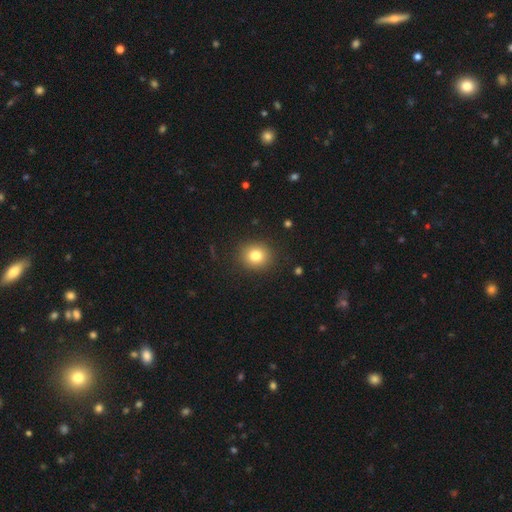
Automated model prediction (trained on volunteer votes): Overall: smooth (80%). How rounded: round (82%). Merging: none (89%).